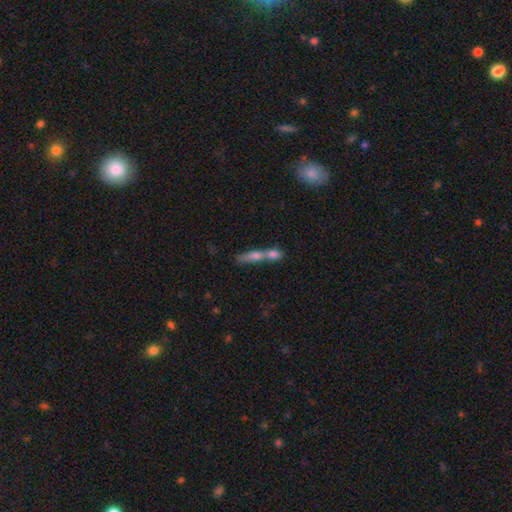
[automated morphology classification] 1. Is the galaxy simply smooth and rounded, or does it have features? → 60% smooth, 30% featured or disk, 10% star or artifact.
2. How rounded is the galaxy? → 68% cigar-shaped, 26% in between, 7% round.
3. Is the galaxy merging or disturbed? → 69% merger, 21% none, 6% minor disturbance, 4% major disturbance.